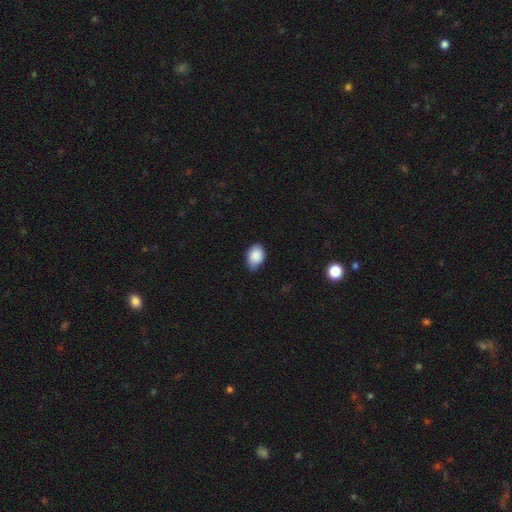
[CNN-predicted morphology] This is clearly a smooth galaxy (88%). How rounded: clearly in between (81%). Merging: likely none (69%).